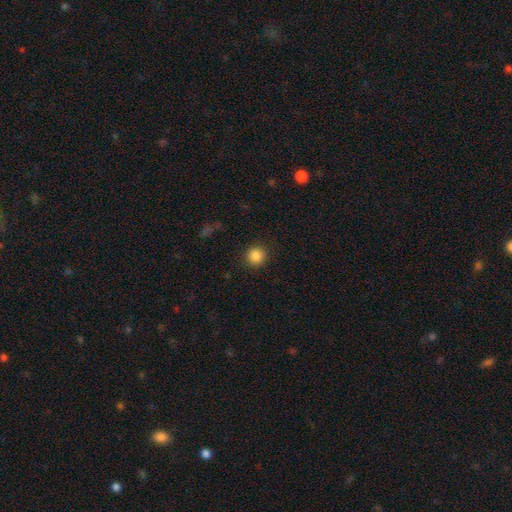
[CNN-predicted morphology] Smooth or featured?
  - smooth: 87% *
  - star or artifact: 10%
  - featured or disk: 3%
How rounded?
  - round: 93% *
  - in between: 6%
  - cigar-shaped: 1%
Merging?
  - none: 90% *
  - minor disturbance: 7%
  - major disturbance: 3%
  - merger: 1%